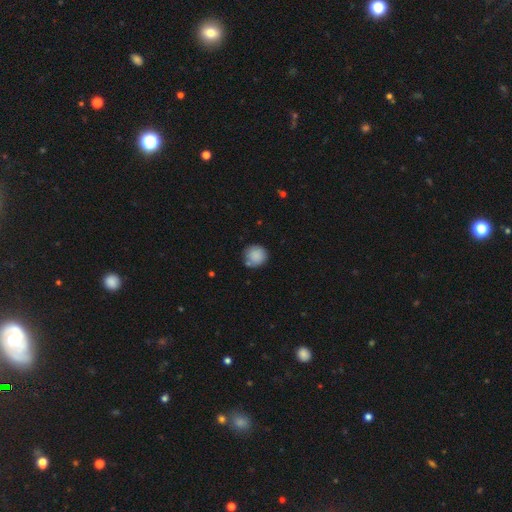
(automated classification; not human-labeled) A smooth galaxy with no disk features (87%) that is round (92%).

Vote fractions:
- Smooth or featured? smooth: 87% / star or artifact: 8% / featured or disk: 5%
- How rounded? round: 92% / in between: 7% / cigar-shaped: 1%
- Merging? none: 75% / minor disturbance: 15% / merger: 7% / major disturbance: 4%